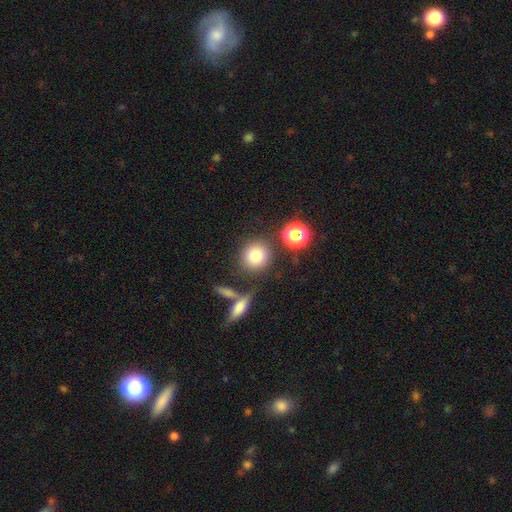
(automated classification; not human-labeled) Q: Smooth or featured?
A: smooth (79%); runner-up: star or artifact (12%)
Q: How rounded?
A: round (88%); runner-up: in between (11%)
Q: Merging?
A: none (77%); runner-up: minor disturbance (10%)